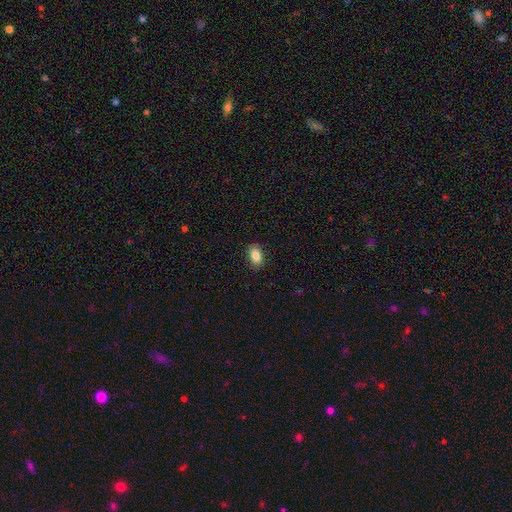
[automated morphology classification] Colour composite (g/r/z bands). It shows a smooth galaxy with no disk features (86%) that is in between round and cigar-shaped (88%). Merging: none (88%).